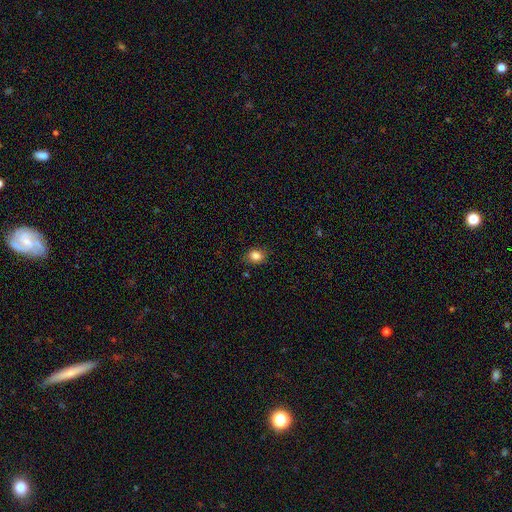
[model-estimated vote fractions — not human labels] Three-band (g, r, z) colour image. It shows a smooth galaxy with no disk features (84%) that is round (55%). Merging: none (82%).